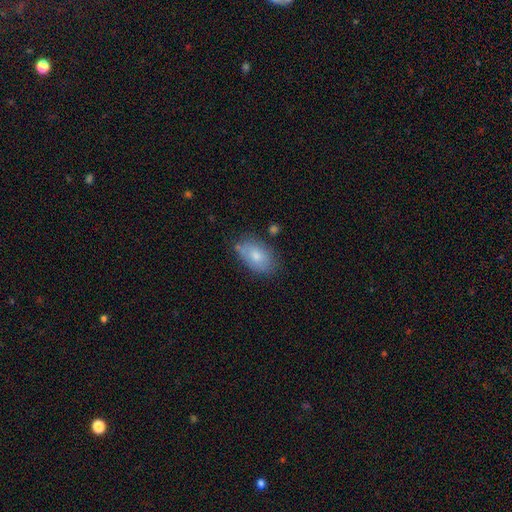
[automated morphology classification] A smooth galaxy with no disk features (76%) that is in between round and cigar-shaped (91%).

Vote fractions:
- Smooth or featured? smooth: 76% / featured or disk: 18% / star or artifact: 7%
- How rounded? in between: 91% / round: 7% / cigar-shaped: 2%
- Merging? none: 69% / minor disturbance: 22% / major disturbance: 5% / merger: 5%